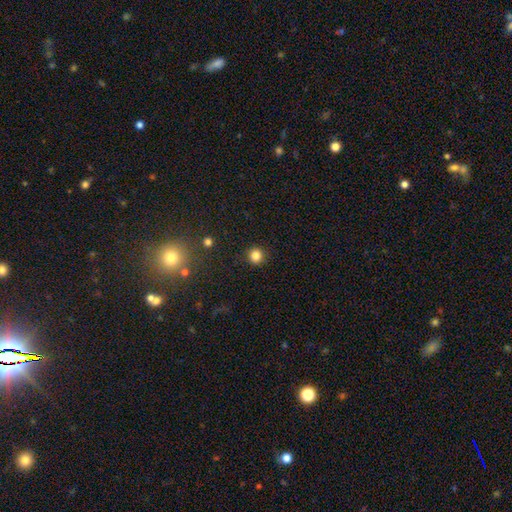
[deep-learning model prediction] smooth-or-featured: smooth: 84% | star or artifact: 12% | featured or disk: 4%
  how-rounded: round: 95% | in between: 5% | cigar-shaped: 1%
  merging: none: 92% | minor disturbance: 5% | major disturbance: 2% | merger: 1%